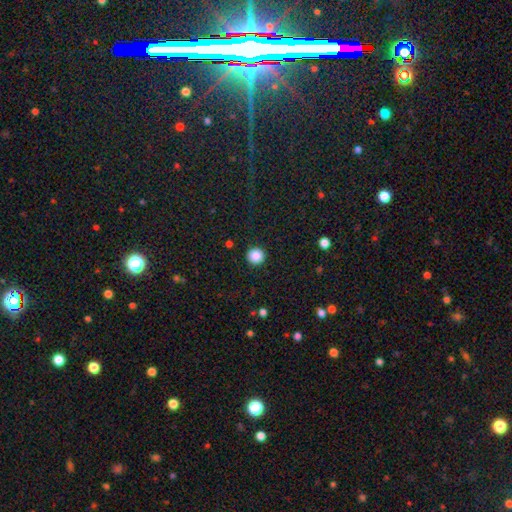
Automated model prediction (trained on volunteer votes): Morphology: type=smooth (87%); roundness=round (95%); merging=none (92%).